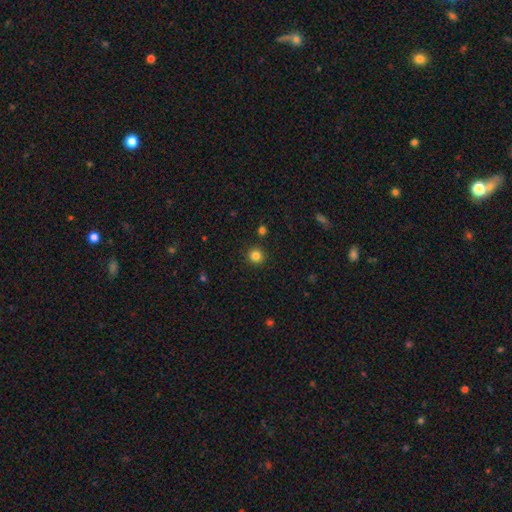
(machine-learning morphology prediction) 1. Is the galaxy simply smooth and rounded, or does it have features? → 83% smooth, 12% star or artifact, 4% featured or disk.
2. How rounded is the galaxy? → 94% round, 5% in between, 1% cigar-shaped.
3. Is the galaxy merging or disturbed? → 91% none, 5% minor disturbance, 2% merger, 2% major disturbance.